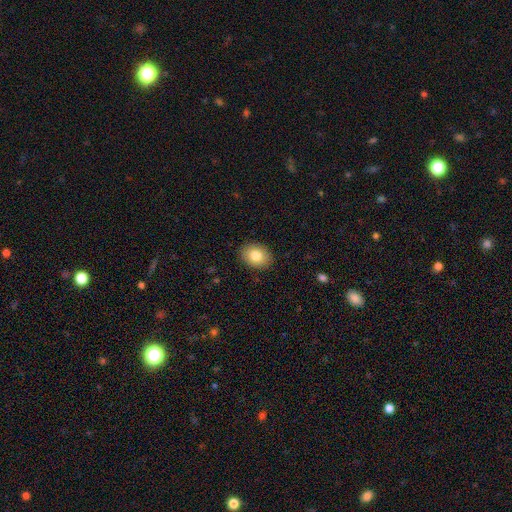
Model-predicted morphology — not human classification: A smooth galaxy with no disk features (82%) that is in between round and cigar-shaped (67%).

Vote fractions:
- Smooth or featured? smooth: 82% / featured or disk: 10% / star or artifact: 8%
- How rounded? in between: 67% / round: 32% / cigar-shaped: 1%
- Merging? none: 89% / minor disturbance: 8% / major disturbance: 2% / merger: 1%